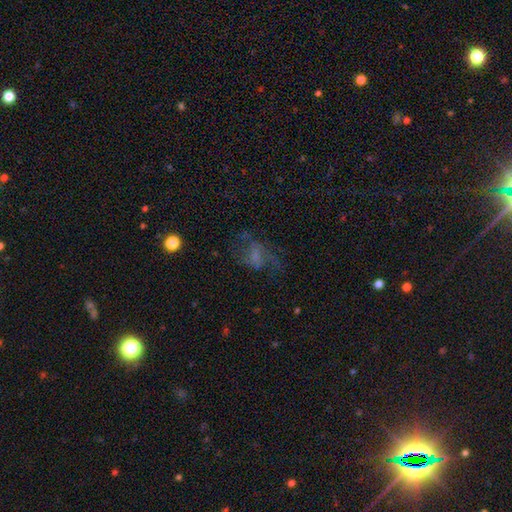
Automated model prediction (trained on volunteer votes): This appears to be a featured or disk galaxy (47%). Merging: none (44%).